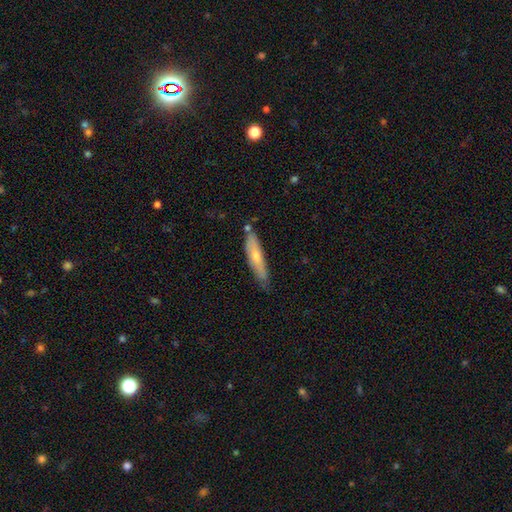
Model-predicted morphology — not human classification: This appears to be a smooth galaxy with no disk features (61%) that is cigar-shaped (82%). Merging: none (67%).